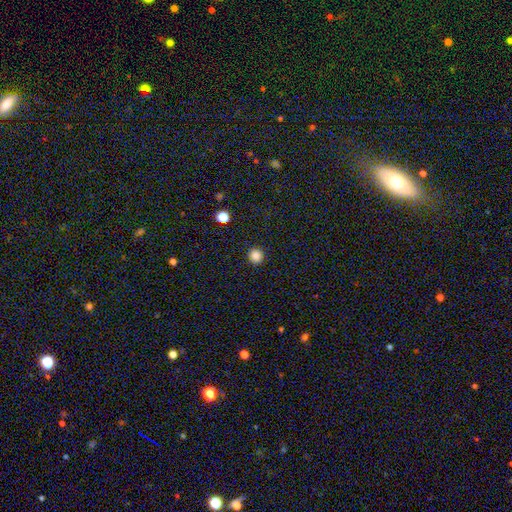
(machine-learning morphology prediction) smooth_or_featured: smooth (p=0.86) [alt: star or artifact p=0.11]
how_rounded: round (p=0.93) [alt: in between p=0.06]
merging: none (p=0.92) [alt: minor disturbance p=0.05]